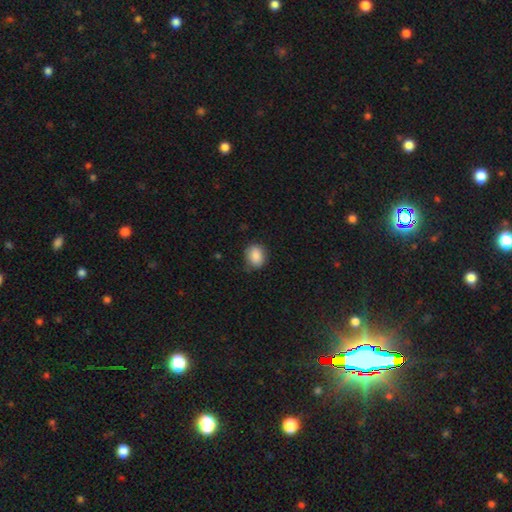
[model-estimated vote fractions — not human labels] A smooth galaxy with no disk features (87%) that is round (50%). Merging: none (82%).